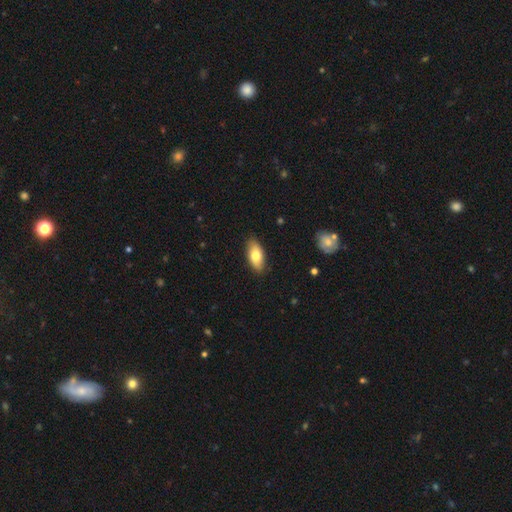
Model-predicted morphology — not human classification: Smooth or featured: smooth — 74% (featured or disk — 20%)
How rounded: in between — 87% (cigar-shaped — 10%)
Merging: none — 87% (minor disturbance — 10%)